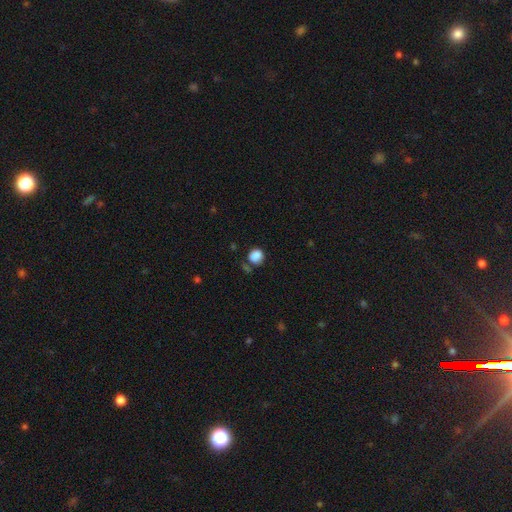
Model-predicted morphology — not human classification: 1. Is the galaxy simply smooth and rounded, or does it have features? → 85% smooth, 10% star or artifact, 5% featured or disk.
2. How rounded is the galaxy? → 81% round, 18% in between, 1% cigar-shaped.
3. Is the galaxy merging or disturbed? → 64% none, 19% minor disturbance, 10% merger, 8% major disturbance.